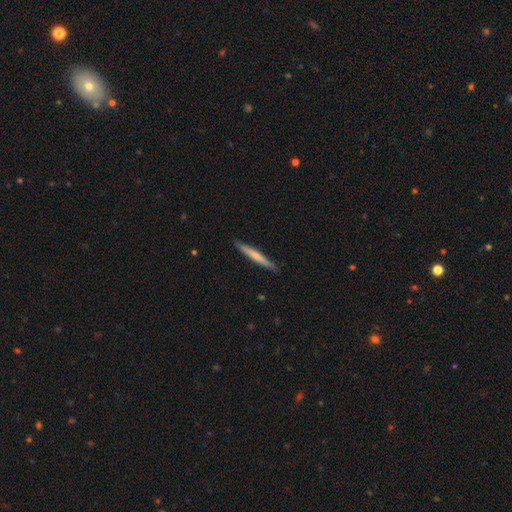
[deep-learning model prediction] This appears to be a smooth galaxy with no disk features (58%) that is cigar-shaped (96%). Merging: none (89%).